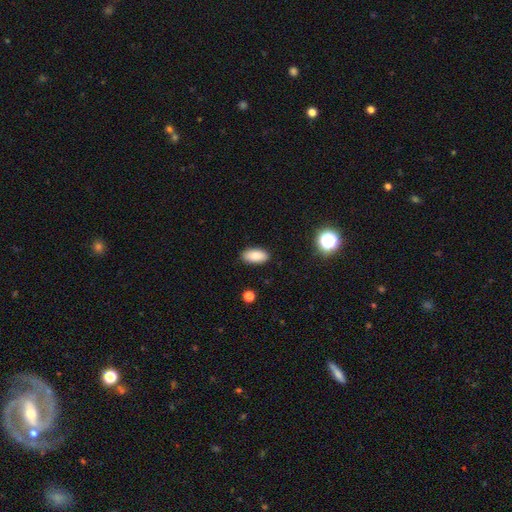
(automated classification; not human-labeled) smooth_or_featured: smooth (p=0.86) [alt: star or artifact p=0.08]
how_rounded: in between (p=0.91) [alt: cigar-shaped p=0.07]
merging: none (p=0.88) [alt: minor disturbance p=0.09]